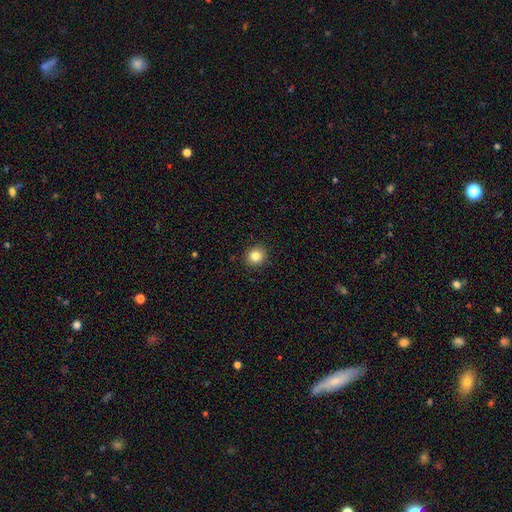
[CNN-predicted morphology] type=smooth (83%); roundness=round (87%); merging=none (92%).